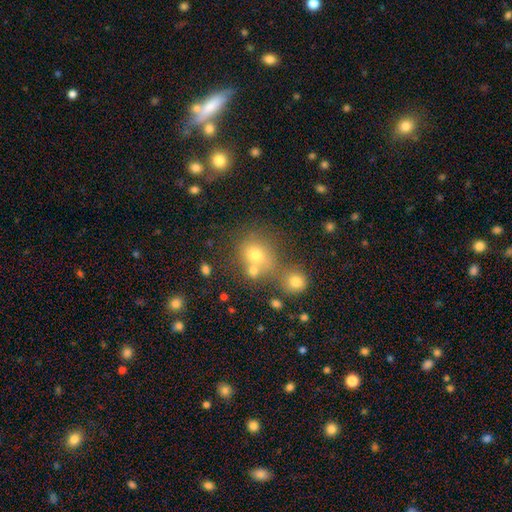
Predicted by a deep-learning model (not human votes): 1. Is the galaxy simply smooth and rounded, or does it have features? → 69% smooth, 18% star or artifact, 13% featured or disk.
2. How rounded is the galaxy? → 74% round, 25% in between, 1% cigar-shaped.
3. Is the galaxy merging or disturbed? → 52% none, 30% merger, 12% minor disturbance, 6% major disturbance.